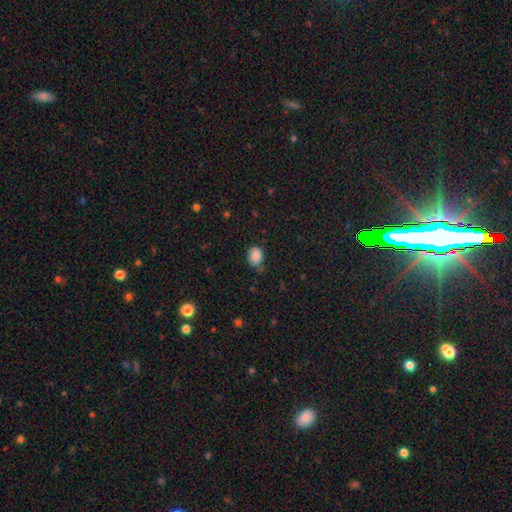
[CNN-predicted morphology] Overall: smooth (84%). How rounded: in between (53%; round 46%). Merging: none (60%; minor disturbance 31%).